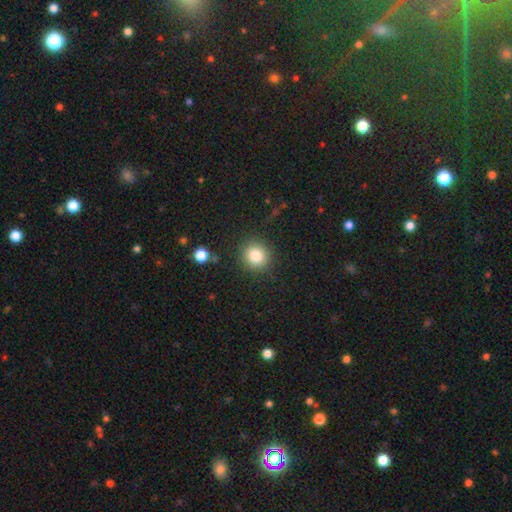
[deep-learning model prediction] A smooth galaxy with no disk features (82%) that is round (88%).

Vote fractions:
- Smooth or featured? smooth: 82% / star or artifact: 11% / featured or disk: 7%
- How rounded? round: 88% / in between: 11% / cigar-shaped: 1%
- Merging? none: 88% / minor disturbance: 7% / major disturbance: 3% / merger: 2%